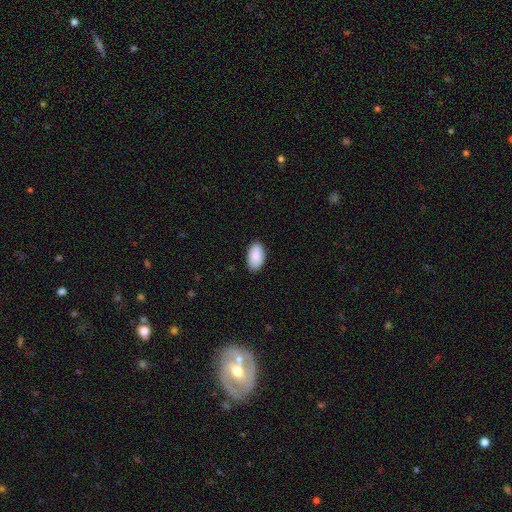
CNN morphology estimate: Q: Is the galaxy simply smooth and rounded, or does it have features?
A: smooth — 87%.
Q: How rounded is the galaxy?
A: in between — 95%.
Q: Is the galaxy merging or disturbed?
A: none — 87%.